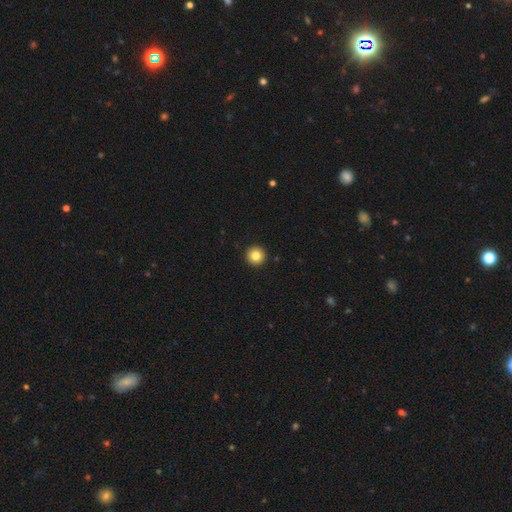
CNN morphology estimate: smooth_or_featured: smooth (p=0.83) [alt: star or artifact p=0.10]
how_rounded: round (p=0.96) [alt: in between p=0.03]
merging: none (p=0.94) [alt: minor disturbance p=0.04]